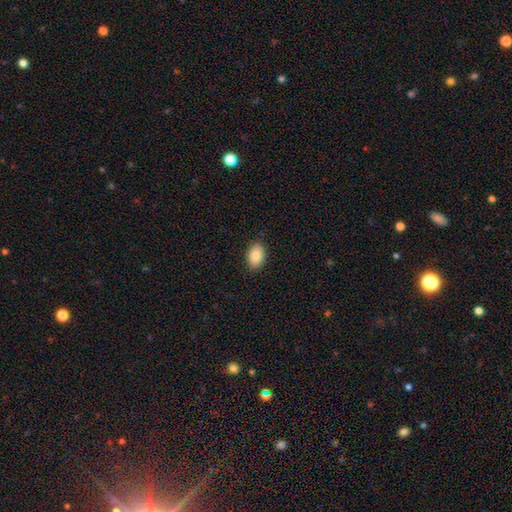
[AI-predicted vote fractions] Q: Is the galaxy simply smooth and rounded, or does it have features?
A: smooth — 87%.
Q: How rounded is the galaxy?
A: in between — 87%.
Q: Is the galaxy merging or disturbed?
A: none — 88%.